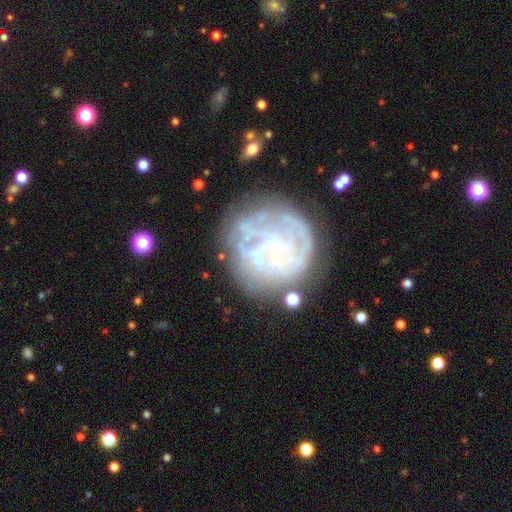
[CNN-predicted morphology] The model was most divided on "bulge size": small: 44%, none: 43%, moderate: 9%, large: 2%, dominant: 1%. More confident: edge-on disk — no (98%); smooth or featured — featured or disk (74%); bar — no (69%); spiral arms — yes (68%); merging — none (62%).